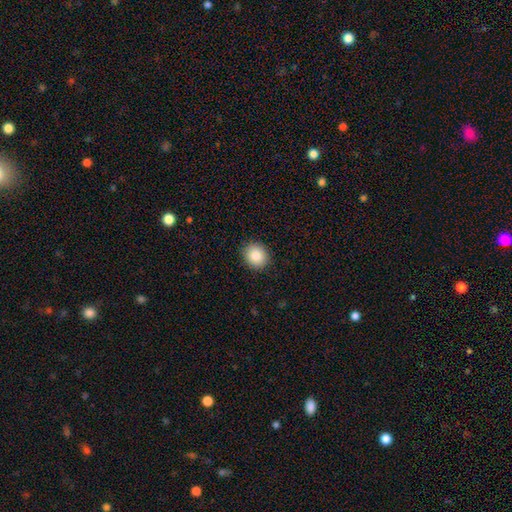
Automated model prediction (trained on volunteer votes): smooth_or_featured: smooth (p=0.85) [alt: star or artifact p=0.08]
how_rounded: round (p=0.85) [alt: in between p=0.14]
merging: none (p=0.91) [alt: minor disturbance p=0.07]